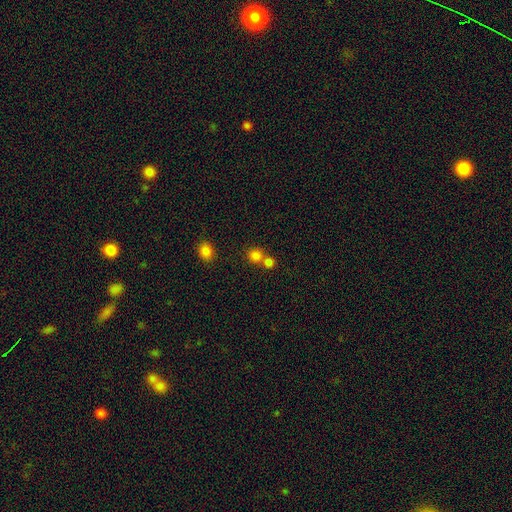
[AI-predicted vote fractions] This appears to be a smooth galaxy with no disk features (80%) that is round (86%). Merging: none (52%).